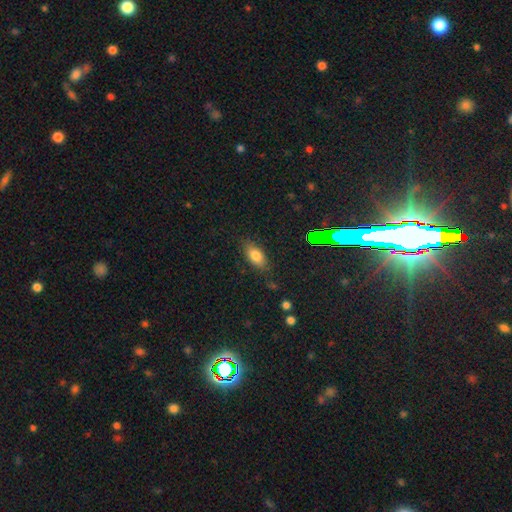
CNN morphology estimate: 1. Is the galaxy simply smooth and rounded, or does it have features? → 78% smooth, 12% featured or disk, 11% star or artifact.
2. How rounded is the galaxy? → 85% in between, 9% cigar-shaped, 6% round.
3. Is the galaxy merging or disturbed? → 80% none, 15% minor disturbance, 4% major disturbance, 2% merger.